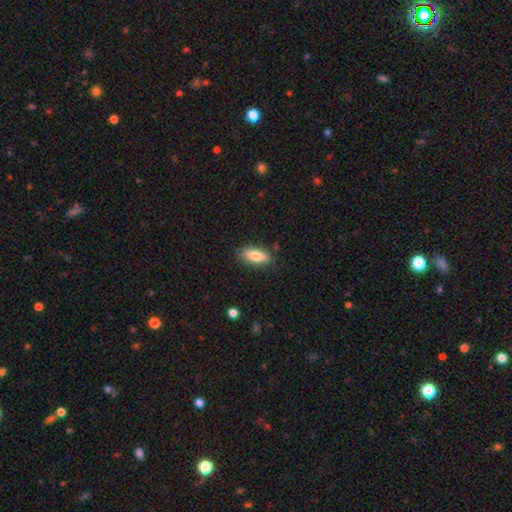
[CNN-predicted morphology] Smooth or featured? Predicted: smooth (p=0.80). How rounded? Predicted: in between (p=0.81). Merging? Predicted: none (p=0.83).